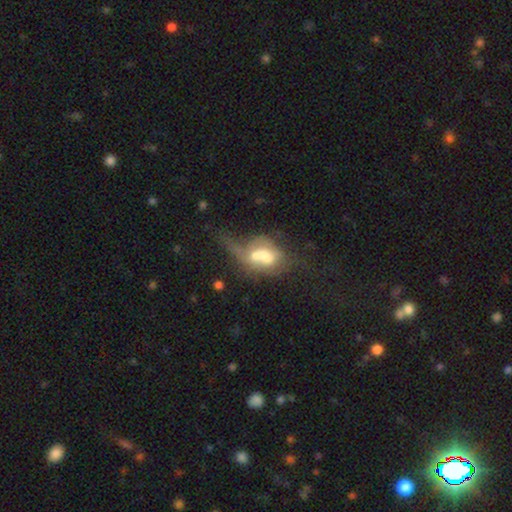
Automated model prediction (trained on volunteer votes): Smooth or featured?
  - featured or disk: 47% *
  - smooth: 43%
  - star or artifact: 10%
Merging?
  - merger: 53% *
  - major disturbance: 25%
  - none: 12%
  - minor disturbance: 10%